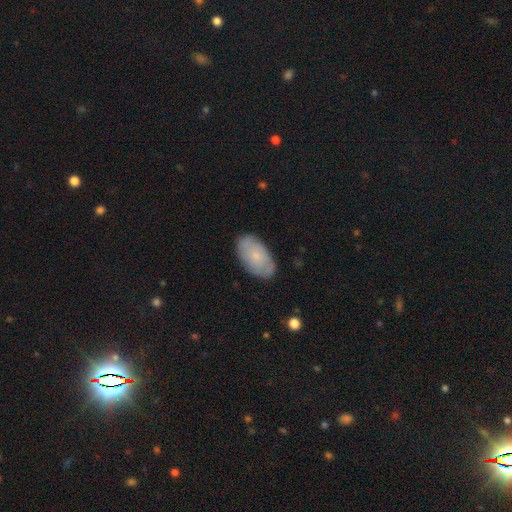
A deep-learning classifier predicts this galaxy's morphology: Smooth or featured: smooth — 68% (featured or disk — 26%)
How rounded: in between — 94% (round — 4%)
Merging: none — 81% (minor disturbance — 15%)